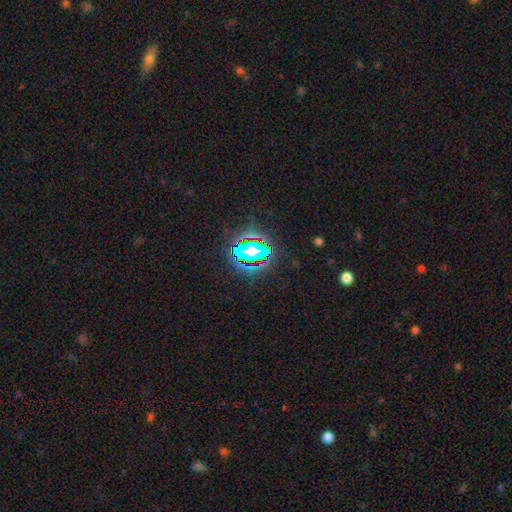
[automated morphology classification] smooth-or-featured: star or artifact: 71% | smooth: 19% | featured or disk: 11%